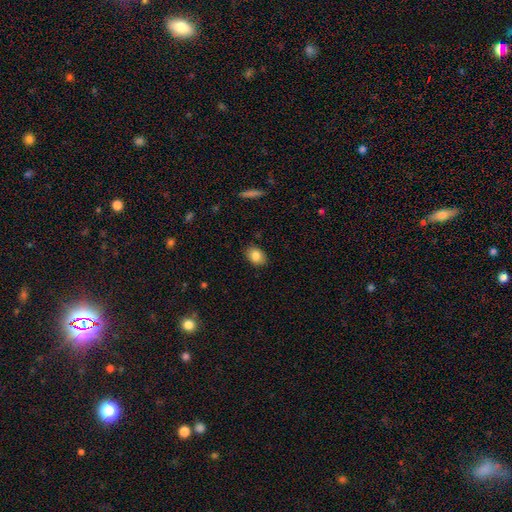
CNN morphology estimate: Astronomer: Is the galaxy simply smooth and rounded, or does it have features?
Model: smooth — 84%.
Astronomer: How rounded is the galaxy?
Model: in between — 71%.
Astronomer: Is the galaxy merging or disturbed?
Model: none — 87%.